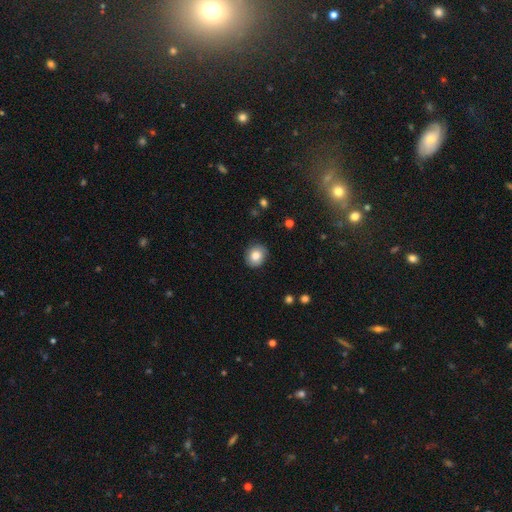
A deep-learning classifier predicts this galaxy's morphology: smooth 82%, featured or disk 10%, star or artifact 8%. Down the decision tree: how rounded — round (71%); merging — none (86%).